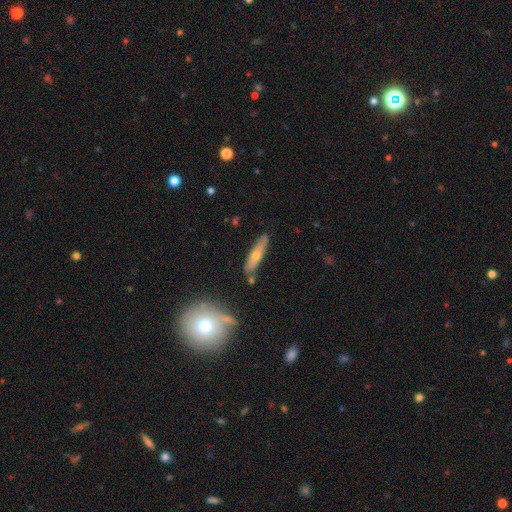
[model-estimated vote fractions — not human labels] Q: Smooth or featured?
A: featured or disk (51%); runner-up: smooth (35%)
Q: Edge-on disk?
A: yes (77%); runner-up: no (23%)
Q: Merging?
A: none (81%); runner-up: minor disturbance (12%)